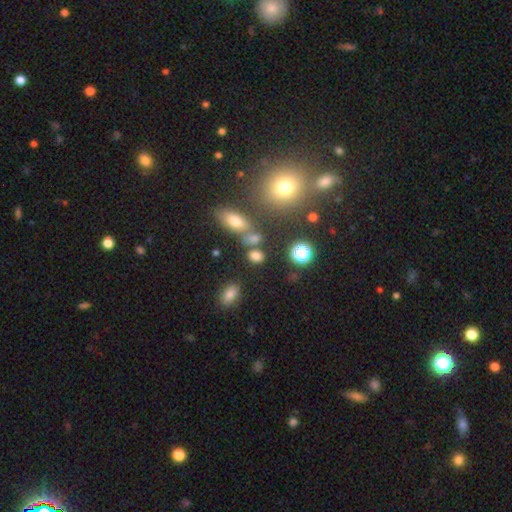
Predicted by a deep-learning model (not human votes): Smooth or featured?
  - smooth: 73% *
  - star or artifact: 18%
  - featured or disk: 9%
How rounded?
  - in between: 59% *
  - round: 37%
  - cigar-shaped: 3%
Merging?
  - none: 62% *
  - merger: 20%
  - minor disturbance: 12%
  - major disturbance: 6%